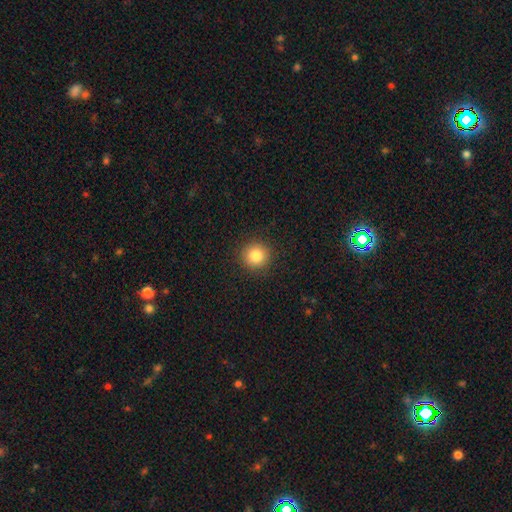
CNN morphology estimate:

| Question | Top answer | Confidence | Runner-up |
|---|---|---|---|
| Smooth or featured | smooth | 84% | star or artifact (10%) |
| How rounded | round | 93% | in between (6%) |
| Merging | none | 91% | minor disturbance (6%) |